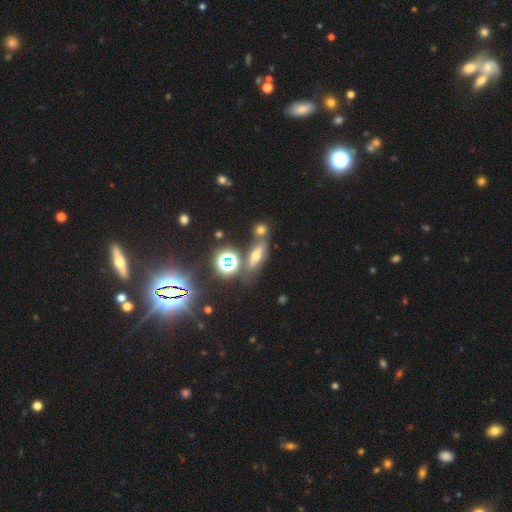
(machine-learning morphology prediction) Q: Smooth or featured?
A: smooth (40%); runner-up: star or artifact (35%)
Q: Merging?
A: none (62%); runner-up: merger (19%)